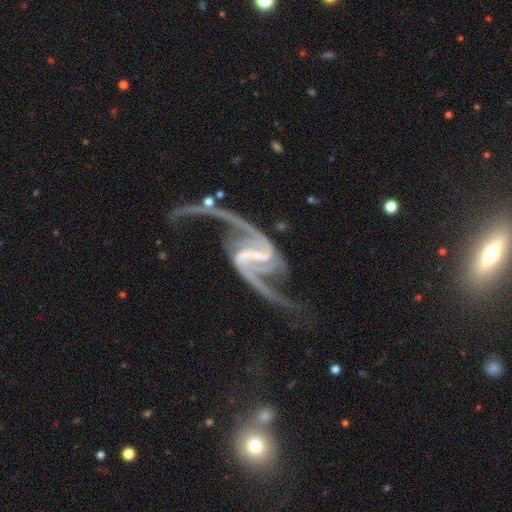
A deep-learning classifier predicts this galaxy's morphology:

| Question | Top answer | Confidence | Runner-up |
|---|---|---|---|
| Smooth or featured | featured or disk | 94% | star or artifact (4%) |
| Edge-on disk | no | 98% | yes (2%) |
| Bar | strong | 60% | weak (31%) |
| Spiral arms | yes | 98% | no (2%) |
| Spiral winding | loose | 67% | medium (26%) |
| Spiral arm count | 2 | 89% | 3 (3%) |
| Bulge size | small | 59% | none (22%) |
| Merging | none | 47% | major disturbance (27%) |